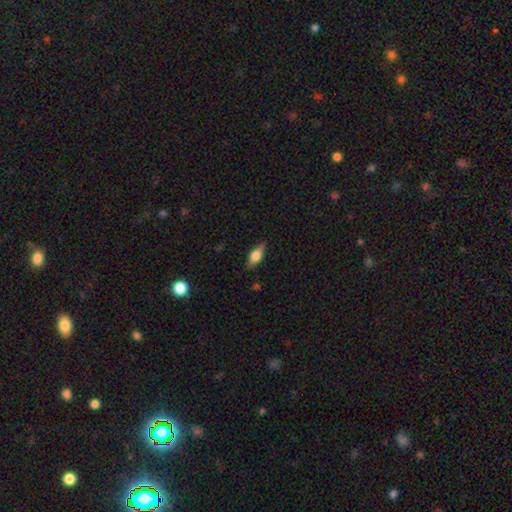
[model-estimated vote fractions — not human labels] A smooth galaxy with no disk features (57%) that is in between round and cigar-shaped (70%). Merging: none (83%).